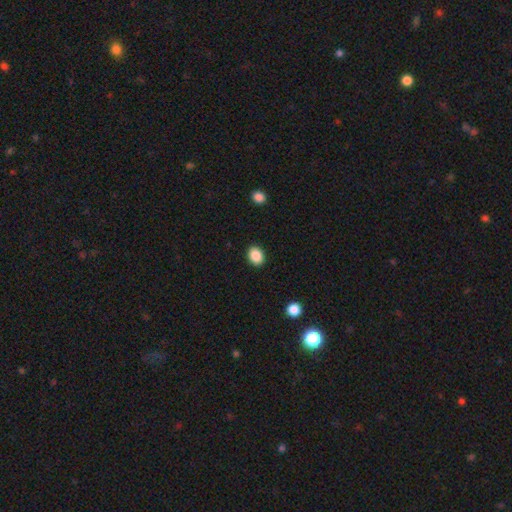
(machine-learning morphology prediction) The model was most divided on "how rounded": in between: 59%, round: 40%, cigar-shaped: 1%. More confident: merging — none (91%); smooth or featured — smooth (88%).